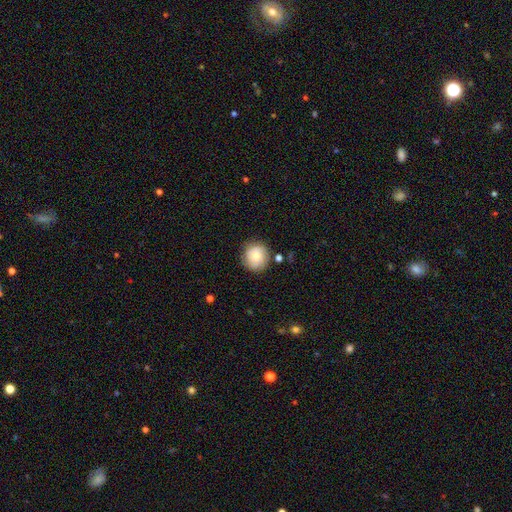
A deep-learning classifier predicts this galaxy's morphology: Overall: smooth (73%). How rounded: round (92%). Merging: none (81%).